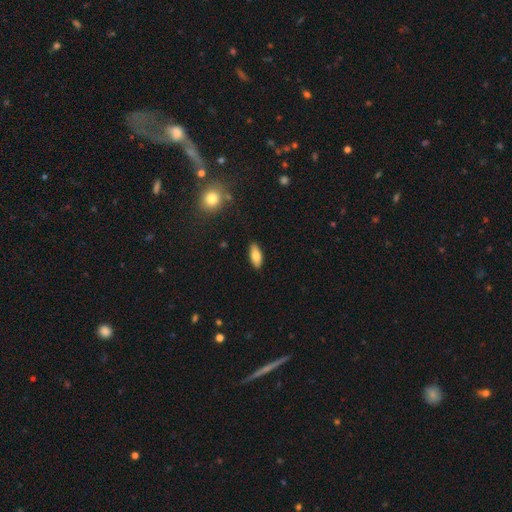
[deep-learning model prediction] Smooth or featured? Predicted: smooth (p=0.78). How rounded? Predicted: in between (p=0.81). Merging? Predicted: none (p=0.88).